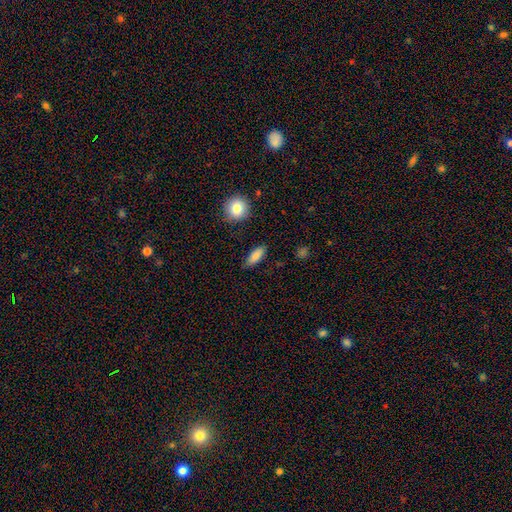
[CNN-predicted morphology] This appears to be a smooth galaxy with no disk features (85%) that is in between round and cigar-shaped (74%). Merging: none (81%).